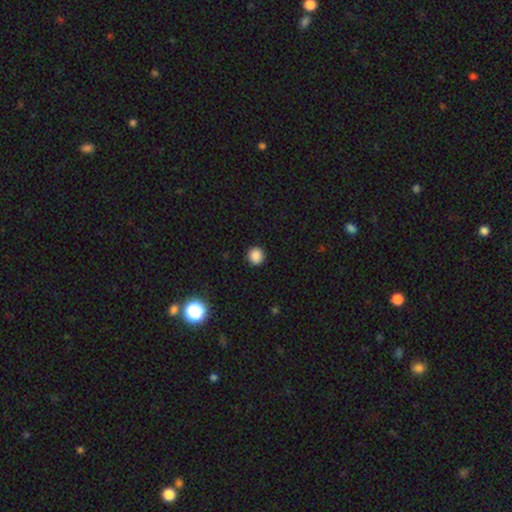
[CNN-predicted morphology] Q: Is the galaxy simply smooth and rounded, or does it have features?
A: smooth — 87%.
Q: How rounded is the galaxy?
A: round — 92%.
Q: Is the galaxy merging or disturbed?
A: none — 92%.